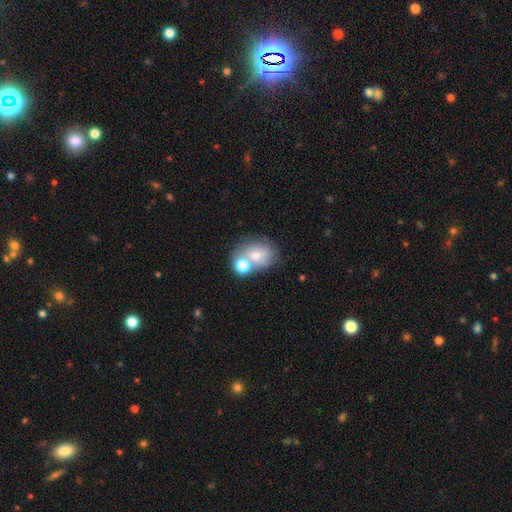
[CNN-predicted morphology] smooth-or-featured: smooth: 66% | featured or disk: 23% | star or artifact: 11%
  how-rounded: round: 50% | in between: 49% | cigar-shaped: 1%
  merging: merger: 41% | none: 40% | minor disturbance: 13% | major disturbance: 7%